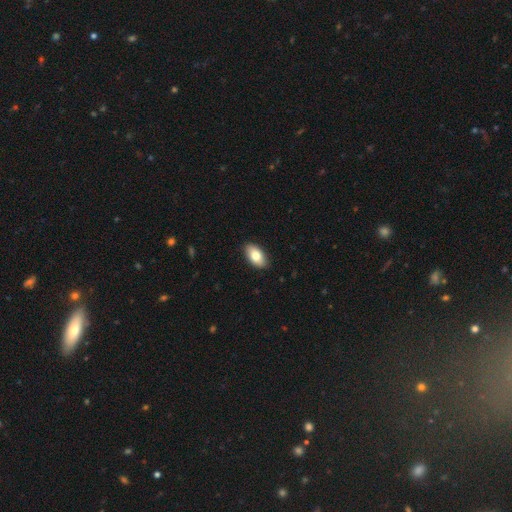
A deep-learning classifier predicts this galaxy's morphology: A smooth galaxy with no disk features (81%) that is in between round and cigar-shaped (94%).

Vote fractions:
- Smooth or featured? smooth: 81% / featured or disk: 12% / star or artifact: 6%
- How rounded? in between: 94% / round: 4% / cigar-shaped: 2%
- Merging? none: 89% / minor disturbance: 8% / major disturbance: 2% / merger: 1%